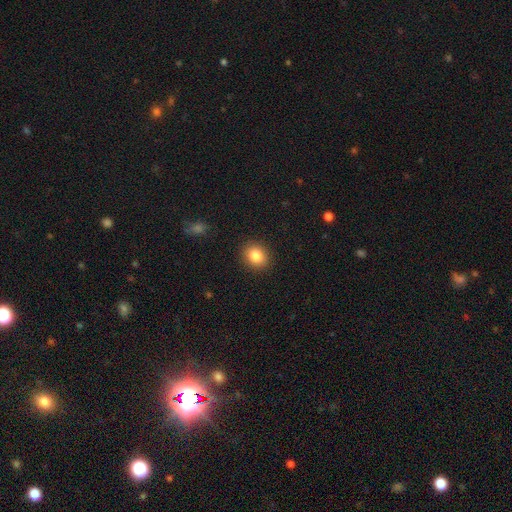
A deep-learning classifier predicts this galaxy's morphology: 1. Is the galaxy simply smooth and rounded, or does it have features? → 84% smooth, 10% star or artifact, 6% featured or disk.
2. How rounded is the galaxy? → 62% round, 37% in between, 1% cigar-shaped.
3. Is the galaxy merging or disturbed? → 90% none, 7% minor disturbance, 2% major disturbance, 1% merger.